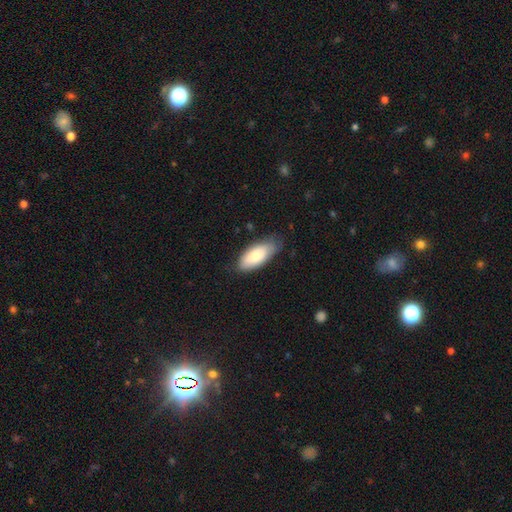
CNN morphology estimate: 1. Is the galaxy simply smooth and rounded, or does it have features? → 78% smooth, 16% featured or disk, 6% star or artifact.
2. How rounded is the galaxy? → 88% in between, 10% cigar-shaped, 2% round.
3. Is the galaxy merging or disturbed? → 69% none, 26% minor disturbance, 4% major disturbance, 1% merger.